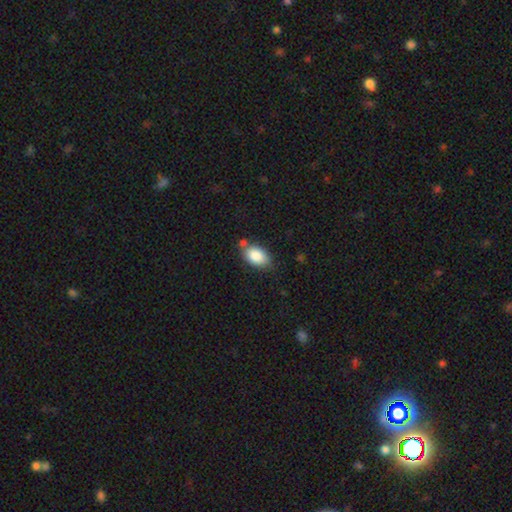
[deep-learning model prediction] Smooth or featured? Predicted: smooth (p=0.86). How rounded? Predicted: in between (p=0.91). Merging? Predicted: none (p=0.68).